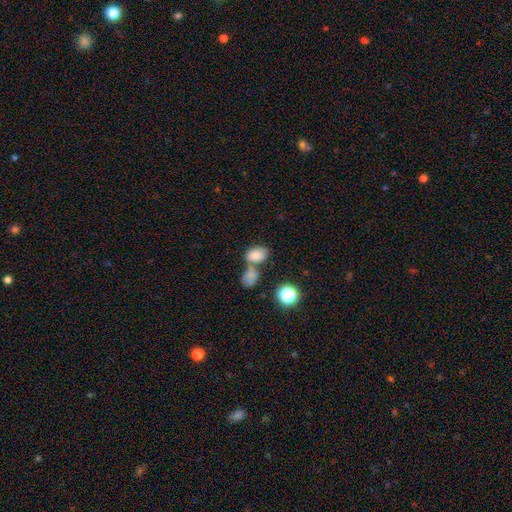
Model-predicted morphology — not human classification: Smooth or featured? Predicted: smooth (p=0.79). How rounded? Predicted: in between (p=0.81). Merging? Predicted: merger (p=0.42).